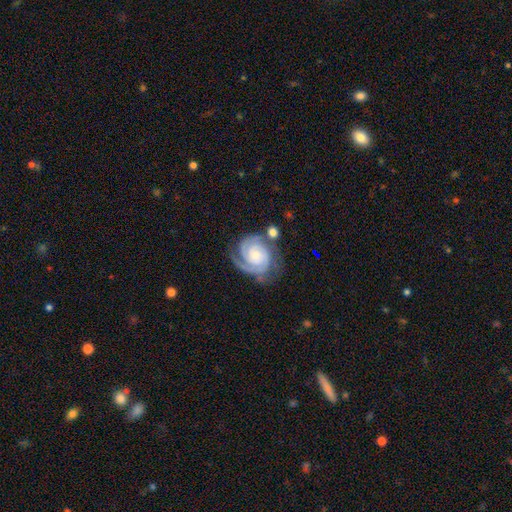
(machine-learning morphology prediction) This is clearly a featured or disk galaxy (89%). It is clearly not viewed edge-on (98%). Bar: likely no (72%). Spiral arm pattern: clearly yes (98%). Spiral arm count: possibly 2 (50%). Spiral winding: likely tight (73%). Central bulge: likely small (62%). Merging: likely none (64%).